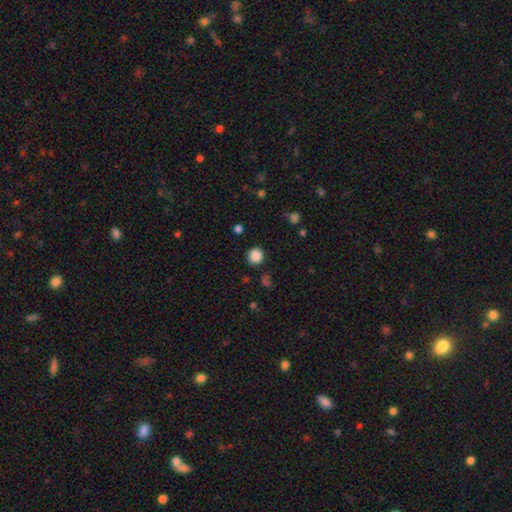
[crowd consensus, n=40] Q: Smooth or featured?
A: smooth (88%); runner-up: star or artifact (8%)
Q: How rounded?
A: round (97%); runner-up: in between (3%)
Q: Merging?
A: none (89%); runner-up: minor disturbance (5%)